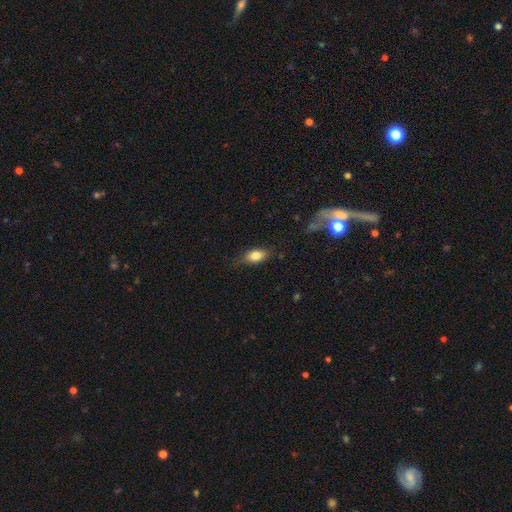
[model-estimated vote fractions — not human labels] Smooth or featured?
  - smooth: 81% *
  - featured or disk: 12%
  - star or artifact: 8%
How rounded?
  - in between: 86% *
  - round: 7%
  - cigar-shaped: 7%
Merging?
  - none: 74% *
  - minor disturbance: 19%
  - major disturbance: 5%
  - merger: 1%